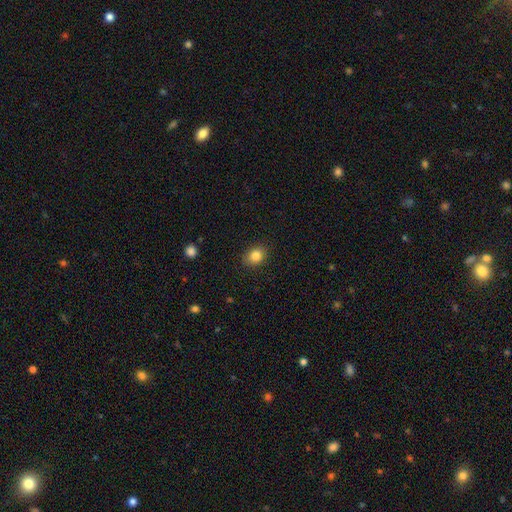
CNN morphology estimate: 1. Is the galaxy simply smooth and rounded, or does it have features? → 83% smooth, 10% star or artifact, 7% featured or disk.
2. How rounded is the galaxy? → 56% in between, 43% round, 1% cigar-shaped.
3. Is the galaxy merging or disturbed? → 86% none, 10% minor disturbance, 2% major disturbance, 1% merger.